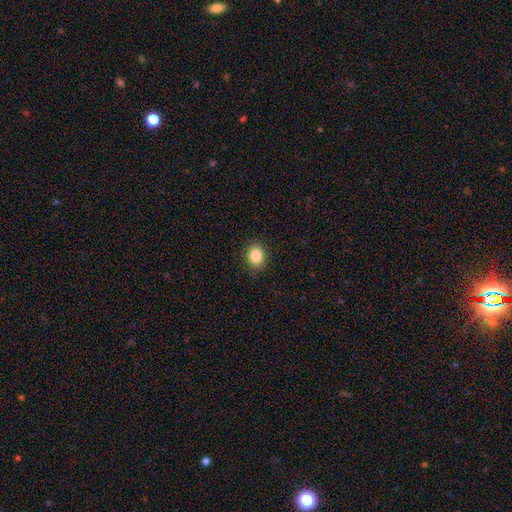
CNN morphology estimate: smooth_or_featured: smooth (p=0.87) [alt: star or artifact p=0.09]
how_rounded: in between (p=0.55) [alt: round p=0.44]
merging: none (p=0.88) [alt: minor disturbance p=0.08]